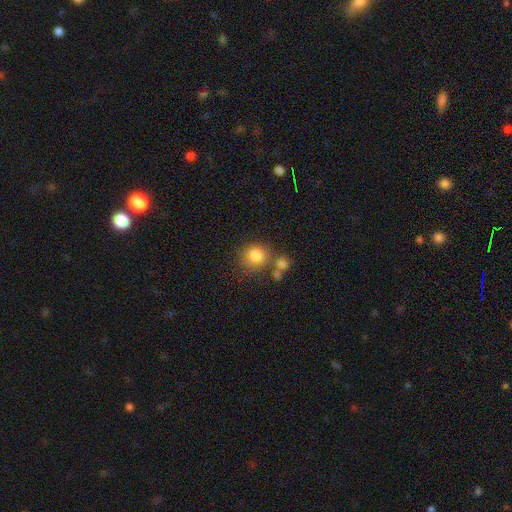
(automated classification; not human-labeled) Smooth or featured? smooth (82%)
How rounded? round (88%)
Merging? none (60%)